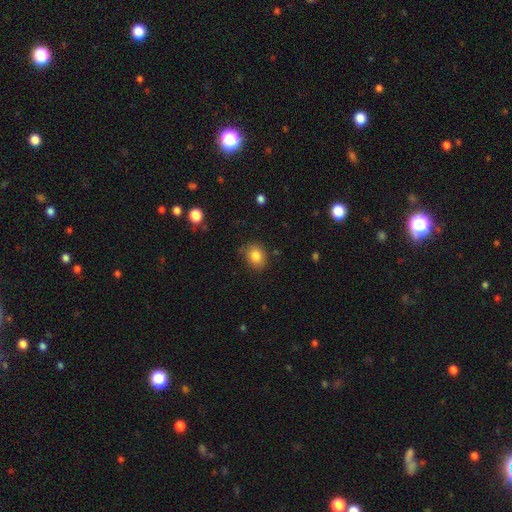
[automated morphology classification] smooth_or_featured: smooth (p=0.83) [alt: star or artifact p=0.09]
how_rounded: round (p=0.58) [alt: in between p=0.41]
merging: none (p=0.78) [alt: minor disturbance p=0.17]